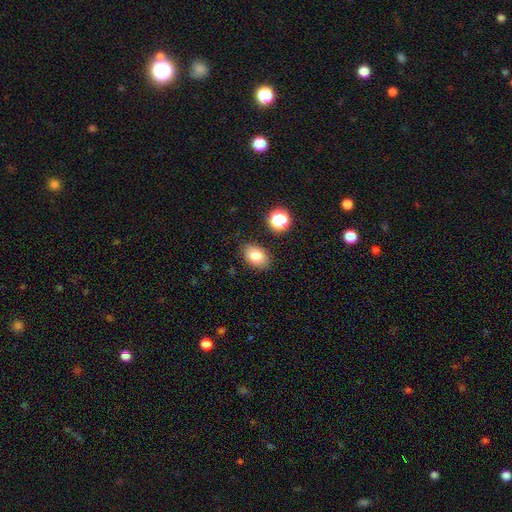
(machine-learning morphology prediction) A smooth galaxy with no disk features (80%) that is in between round and cigar-shaped (79%).

Vote fractions:
- Smooth or featured? smooth: 80% / star or artifact: 11% / featured or disk: 10%
- How rounded? in between: 79% / round: 20% / cigar-shaped: 1%
- Merging? none: 84% / minor disturbance: 11% / major disturbance: 3% / merger: 2%